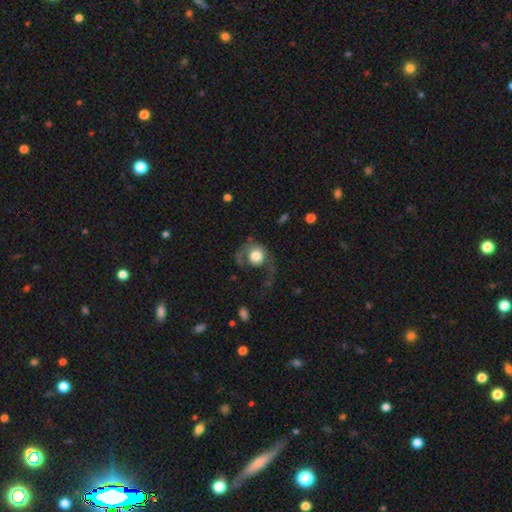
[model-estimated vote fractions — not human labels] A smooth galaxy with no disk features (54%) that is round (79%). Merging: major disturbance (49%).